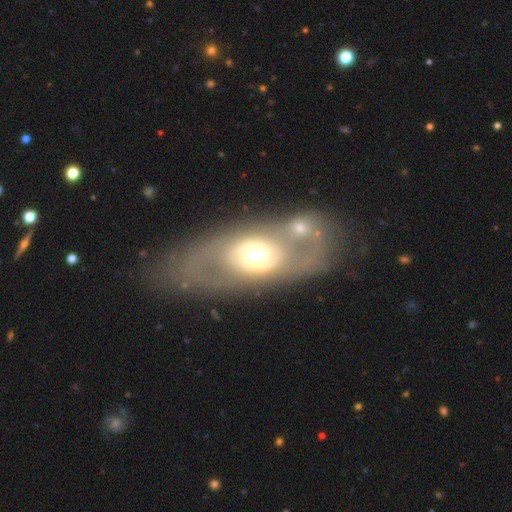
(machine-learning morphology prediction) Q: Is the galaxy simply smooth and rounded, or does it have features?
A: featured or disk — 55%.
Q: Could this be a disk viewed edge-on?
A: no — 87%.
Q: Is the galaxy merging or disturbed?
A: none — 51%.